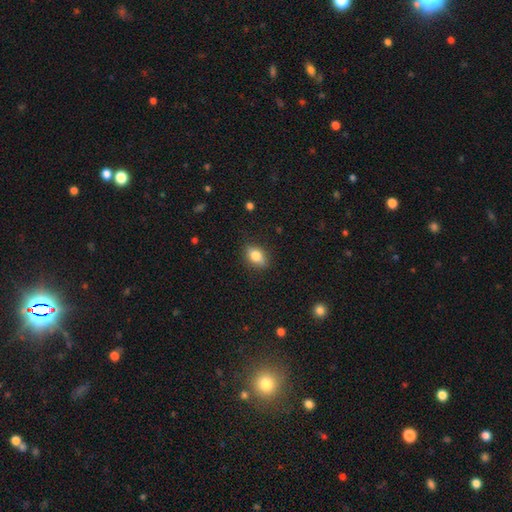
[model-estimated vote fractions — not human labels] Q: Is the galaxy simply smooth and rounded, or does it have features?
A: smooth — 74%.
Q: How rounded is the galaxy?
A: in between — 78%.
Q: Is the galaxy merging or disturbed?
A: none — 83%.